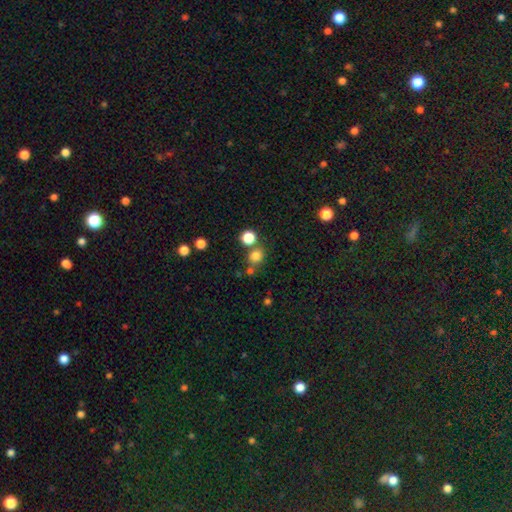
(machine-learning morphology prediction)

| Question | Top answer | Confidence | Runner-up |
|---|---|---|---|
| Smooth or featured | smooth | 79% | star or artifact (16%) |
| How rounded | round | 80% | in between (19%) |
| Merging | none | 69% | merger (19%) |